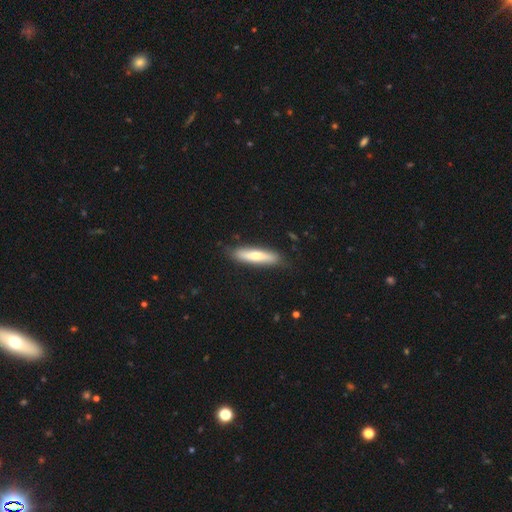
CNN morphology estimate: Q: Smooth or featured?
A: smooth (60%); runner-up: featured or disk (34%)
Q: How rounded?
A: cigar-shaped (79%); runner-up: in between (19%)
Q: Merging?
A: none (84%); runner-up: minor disturbance (13%)